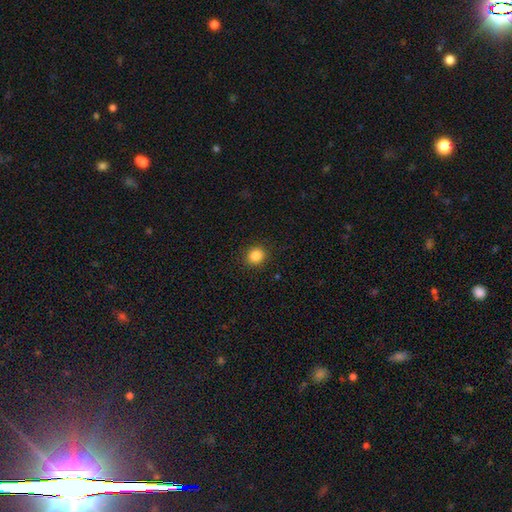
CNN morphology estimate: smooth 86%, star or artifact 10%, featured or disk 4%. Down the decision tree: how rounded — round (80%); merging — none (91%).